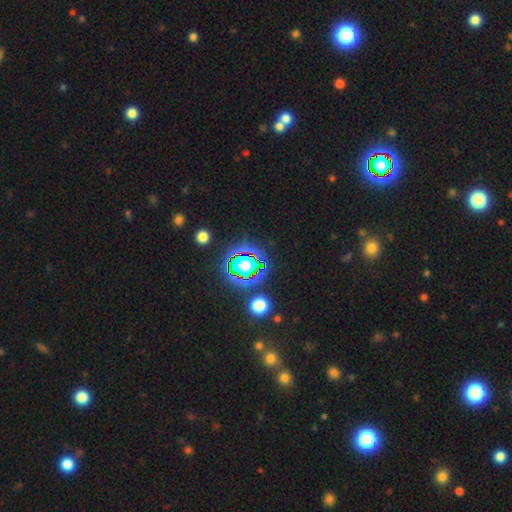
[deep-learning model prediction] smooth_or_featured: star or artifact (p=0.78) [alt: smooth p=0.14]